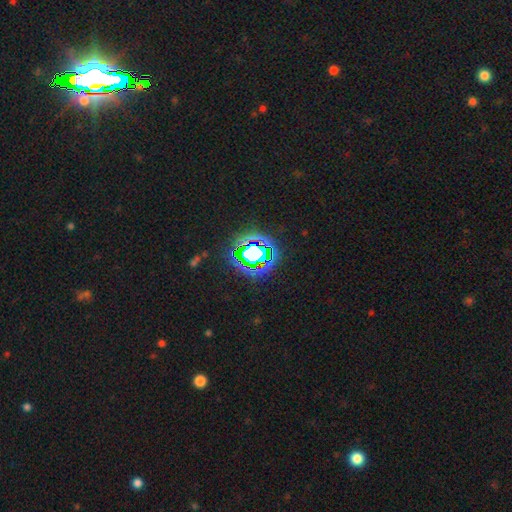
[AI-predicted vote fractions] Smooth or featured?
  - star or artifact: 66% *
  - smooth: 20%
  - featured or disk: 14%